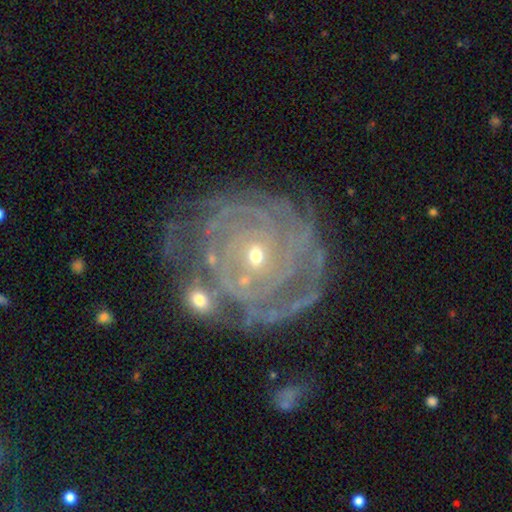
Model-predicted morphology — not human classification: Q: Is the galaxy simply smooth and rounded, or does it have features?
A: featured or disk — 85%.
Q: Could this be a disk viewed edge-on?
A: no — 97%.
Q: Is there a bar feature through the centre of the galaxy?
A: no — 72%.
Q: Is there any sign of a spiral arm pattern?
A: yes — 93%.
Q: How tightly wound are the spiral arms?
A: tight — 85%.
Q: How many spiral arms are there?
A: can't tell — 40%.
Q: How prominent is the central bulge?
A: small — 75%.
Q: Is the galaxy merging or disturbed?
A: none — 68%.